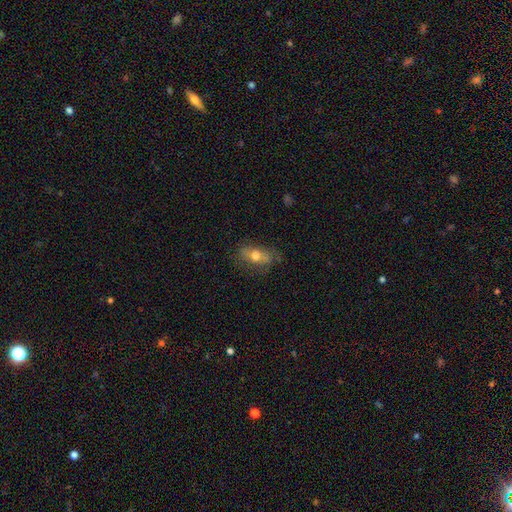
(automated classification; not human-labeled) Smooth or featured? Predicted: smooth (p=0.58). How rounded? Predicted: in between (p=0.79). Merging? Predicted: none (p=0.67).